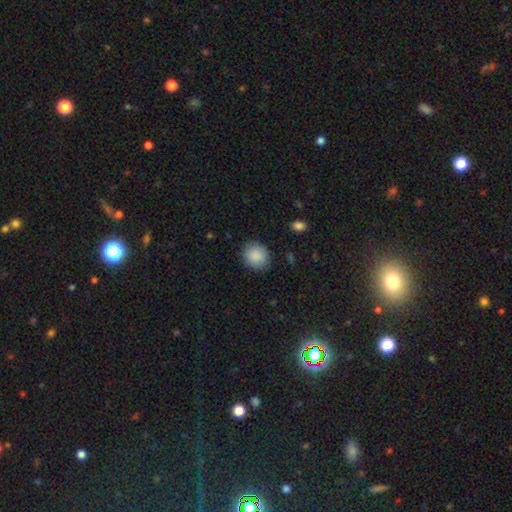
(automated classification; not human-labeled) Smooth or featured: smooth — 89% (star or artifact — 7%)
How rounded: round — 77% (in between — 23%)
Merging: none — 87% (minor disturbance — 9%)